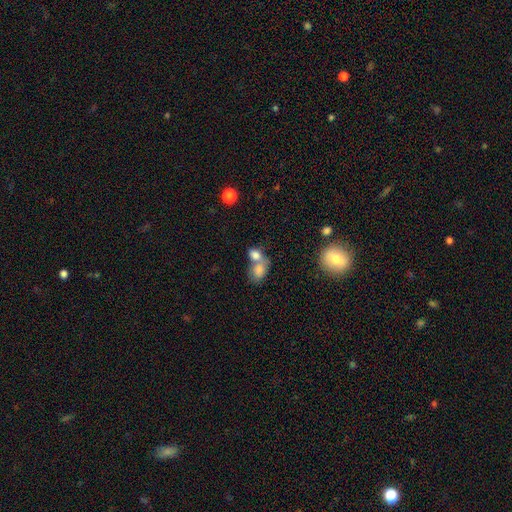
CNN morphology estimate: smooth_or_featured: smooth (p=0.79) [alt: featured or disk p=0.11]
how_rounded: in between (p=0.72) [alt: round p=0.26]
merging: merger (p=0.63) [alt: none p=0.24]